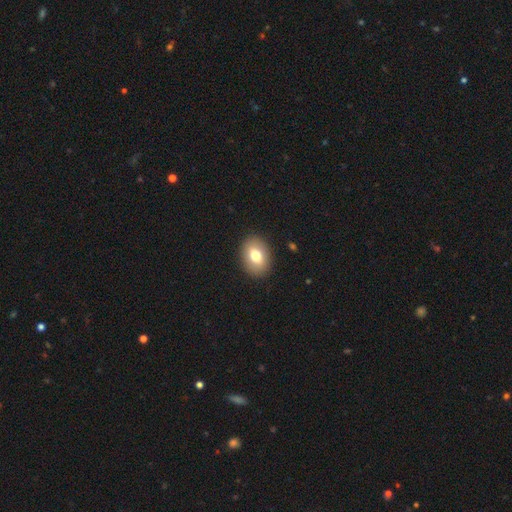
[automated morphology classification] smooth_or_featured: smooth (p=0.75) [alt: featured or disk p=0.16]
how_rounded: in between (p=0.73) [alt: round p=0.26]
merging: none (p=0.90) [alt: minor disturbance p=0.07]